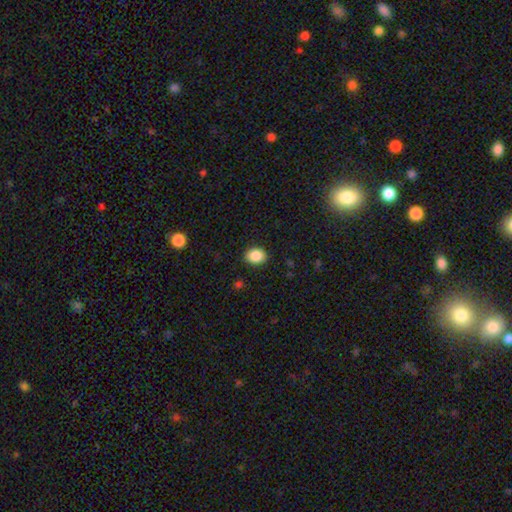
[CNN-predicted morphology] Overall: smooth (88%). How rounded: in between (51%; round 48%). Merging: none (88%).